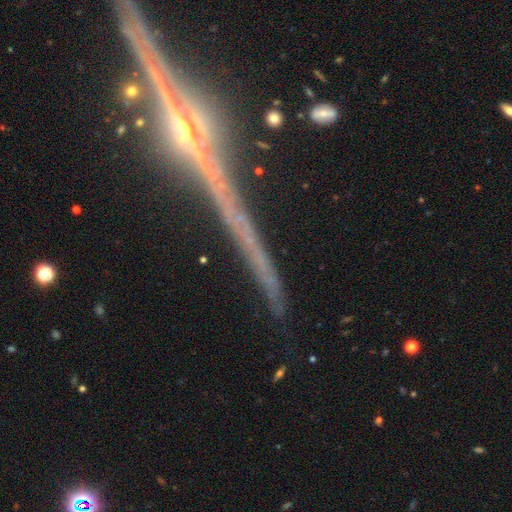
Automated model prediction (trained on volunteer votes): Morphology: type=featured or disk (47%); merging=none (81%).